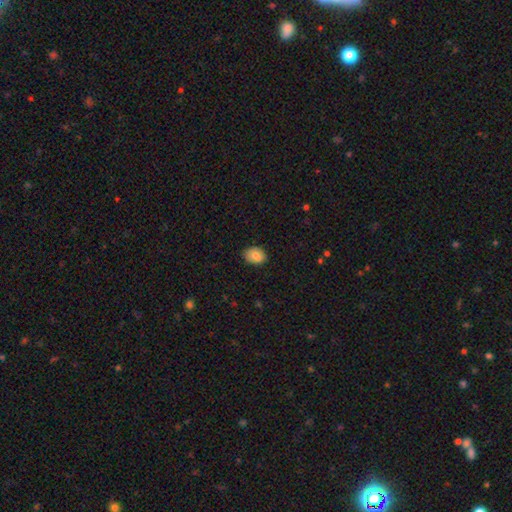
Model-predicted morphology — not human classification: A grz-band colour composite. It shows a smooth galaxy with no disk features (83%) that is in between round and cigar-shaped (75%). Merging: none (83%).